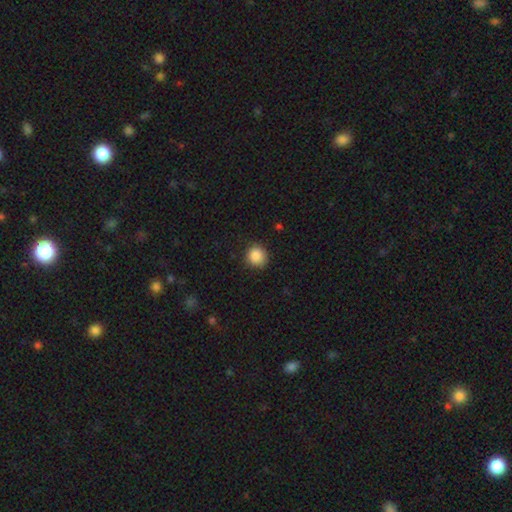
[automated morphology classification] type=smooth (87%); roundness=round (90%); merging=none (85%).